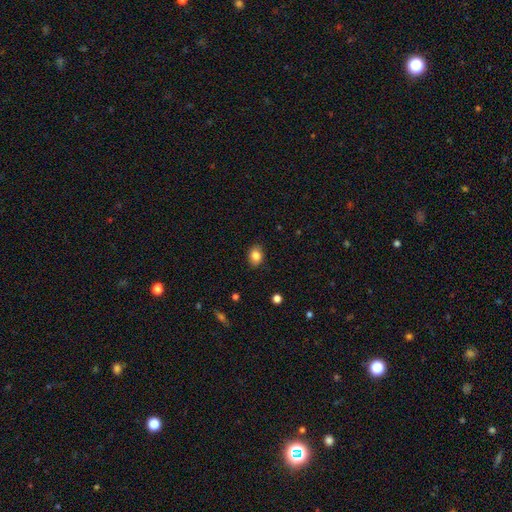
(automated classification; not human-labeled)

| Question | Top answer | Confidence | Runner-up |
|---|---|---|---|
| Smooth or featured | smooth | 85% | star or artifact (9%) |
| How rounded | in between | 63% | round (36%) |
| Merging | none | 86% | minor disturbance (10%) |